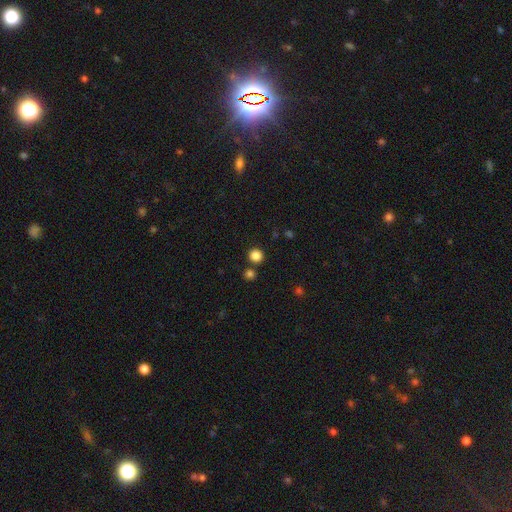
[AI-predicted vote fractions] Q: Smooth or featured?
A: smooth (84%); runner-up: star or artifact (12%)
Q: How rounded?
A: round (92%); runner-up: in between (7%)
Q: Merging?
A: none (83%); runner-up: merger (8%)